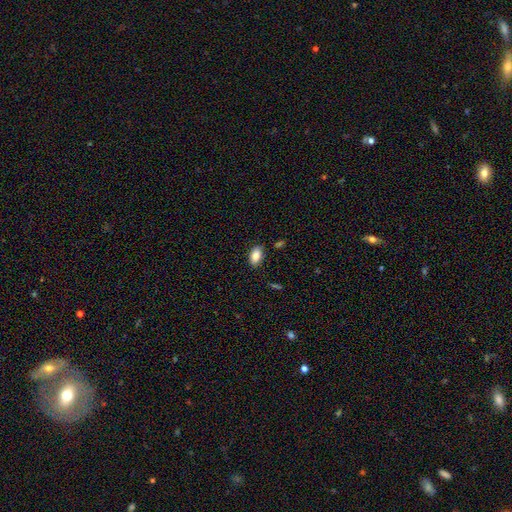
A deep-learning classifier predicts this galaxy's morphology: Smooth or featured? Predicted: smooth (p=0.86). How rounded? Predicted: in between (p=0.91). Merging? Predicted: none (p=0.85).